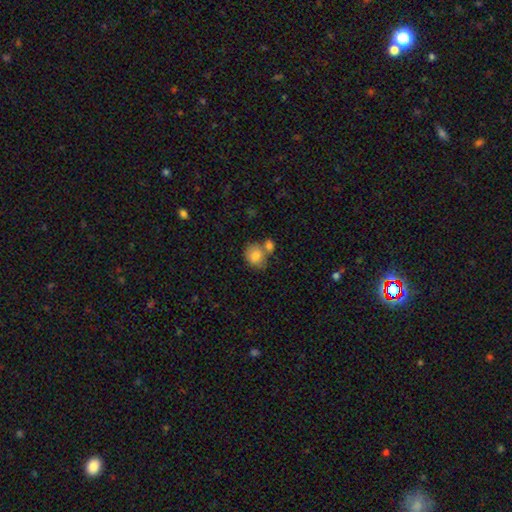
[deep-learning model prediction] Overall: smooth (81%). How rounded: round (70%). Merging: none (45%; merger 38%).